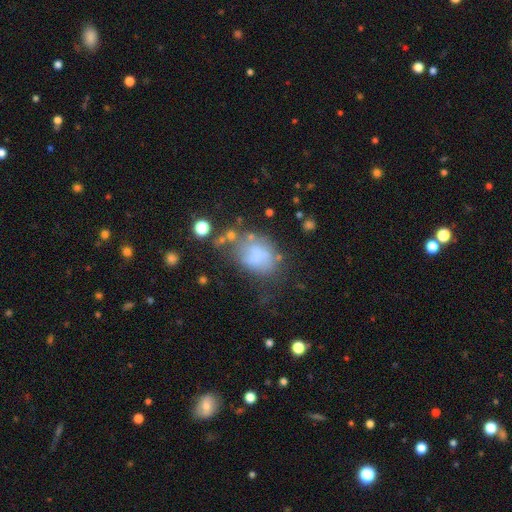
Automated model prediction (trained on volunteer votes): A smooth galaxy with no disk features (63%) that is in between round and cigar-shaped (66%). Merging: none (39%).